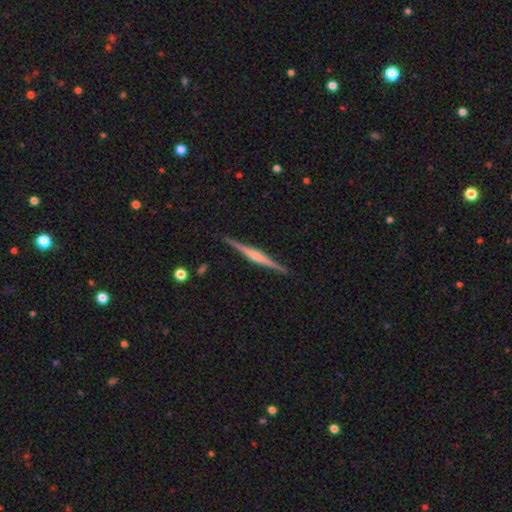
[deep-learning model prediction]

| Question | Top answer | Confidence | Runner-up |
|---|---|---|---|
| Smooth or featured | featured or disk | 76% | smooth (19%) |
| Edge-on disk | yes | 98% | no (2%) |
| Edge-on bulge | rounded | 55% | none (26%) |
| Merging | none | 90% | minor disturbance (7%) |